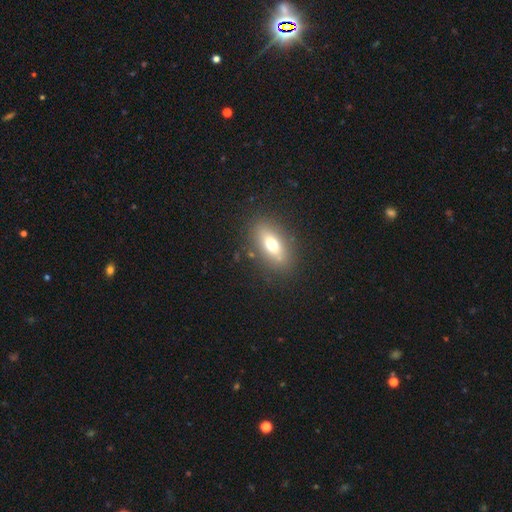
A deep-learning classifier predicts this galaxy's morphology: Smooth or featured? Predicted: smooth (p=0.52). How rounded? Predicted: in between (p=0.71). Merging? Predicted: none (p=0.89).